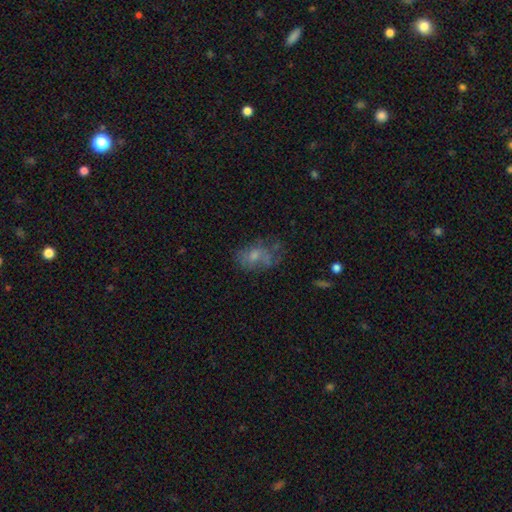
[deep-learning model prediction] smooth_or_featured: smooth (p=0.50) [alt: featured or disk p=0.37]
merging: none (p=0.43) [alt: minor disturbance p=0.26]